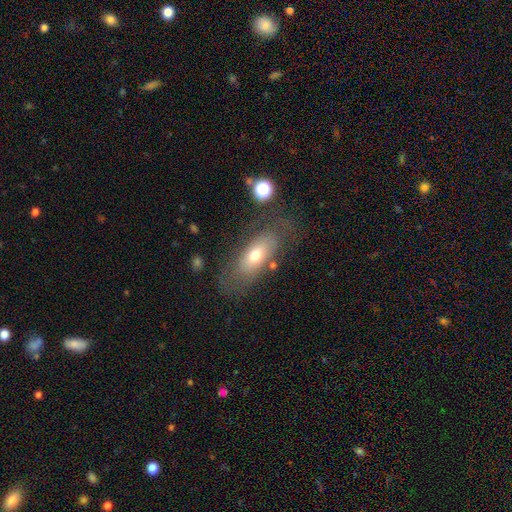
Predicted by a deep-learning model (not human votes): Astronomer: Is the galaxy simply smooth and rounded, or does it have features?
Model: smooth — 59%.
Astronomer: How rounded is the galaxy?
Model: in between — 81%.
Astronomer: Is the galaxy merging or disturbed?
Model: none — 68%.